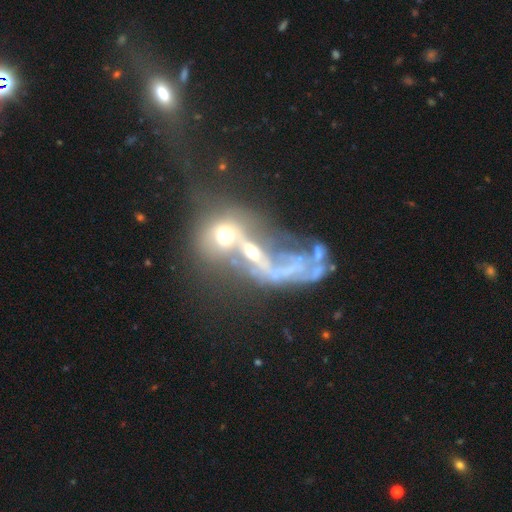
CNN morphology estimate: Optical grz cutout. It shows a featured or disk galaxy (61%) with no bar (72%), no spiral arms (59%) and a moderate central bulge (41%). Merging: merger (61%).